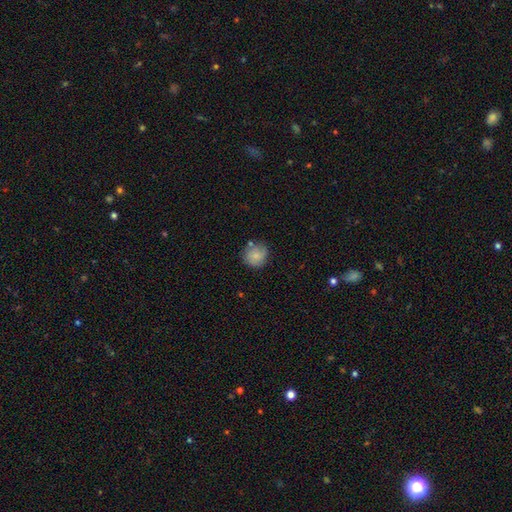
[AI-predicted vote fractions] Q: Smooth or featured?
A: smooth (76%); runner-up: featured or disk (16%)
Q: How rounded?
A: round (89%); runner-up: in between (10%)
Q: Merging?
A: none (70%); runner-up: minor disturbance (19%)